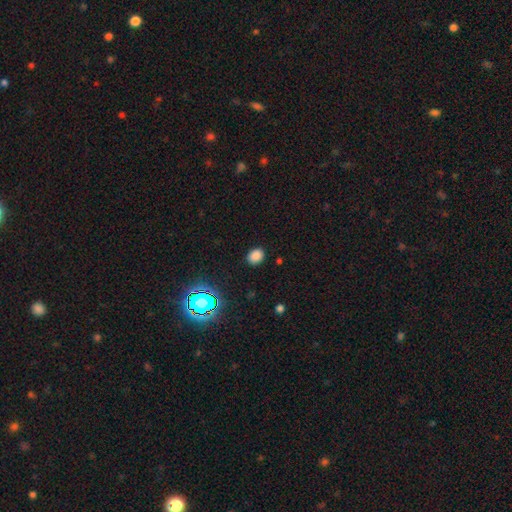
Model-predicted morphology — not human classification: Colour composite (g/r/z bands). It shows a smooth galaxy with no disk features (80%) that is in between round and cigar-shaped (51%). Merging: none (87%).